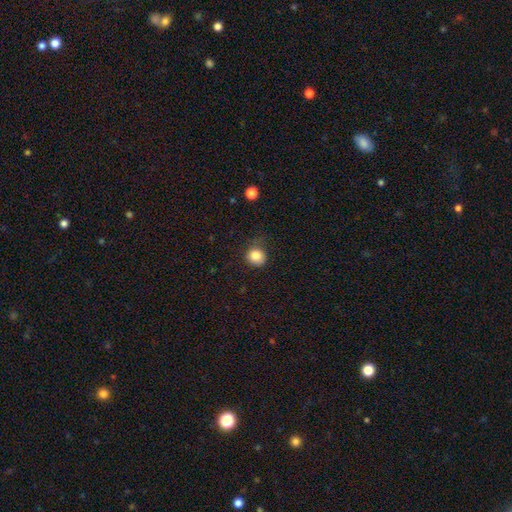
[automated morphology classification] type=smooth (83%); roundness=round (85%); merging=none (69%).